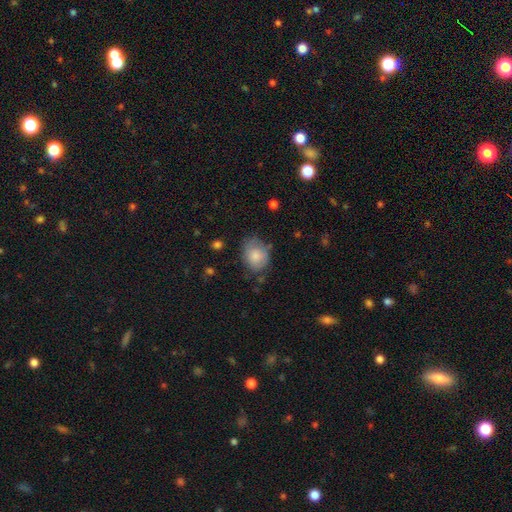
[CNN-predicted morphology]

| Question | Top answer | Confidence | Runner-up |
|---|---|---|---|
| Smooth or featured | smooth | 77% | featured or disk (15%) |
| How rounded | in between | 59% | round (40%) |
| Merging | none | 58% | minor disturbance (30%) |